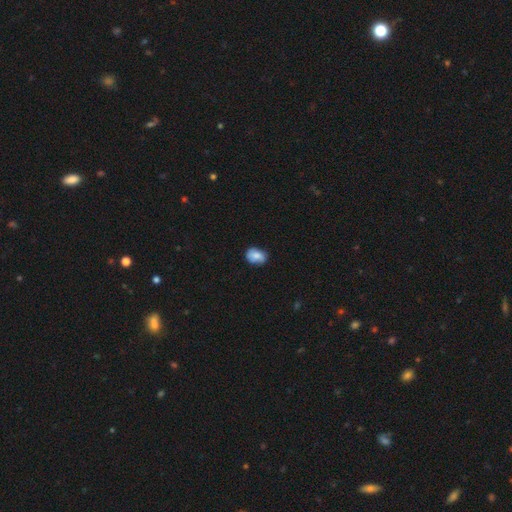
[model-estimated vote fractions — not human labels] Overall: smooth (74%). How rounded: in between (62%; round 37%). Merging: none (66%; minor disturbance 27%).